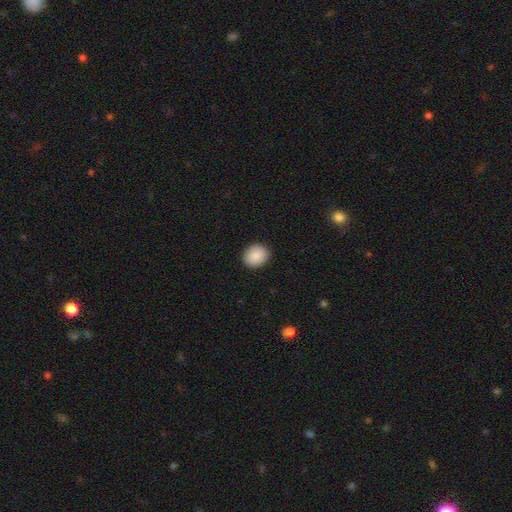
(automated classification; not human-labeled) The model was most divided on "how rounded": round: 68%, in between: 31%, cigar-shaped: 1%. More confident: merging — none (91%); smooth or featured — smooth (88%).